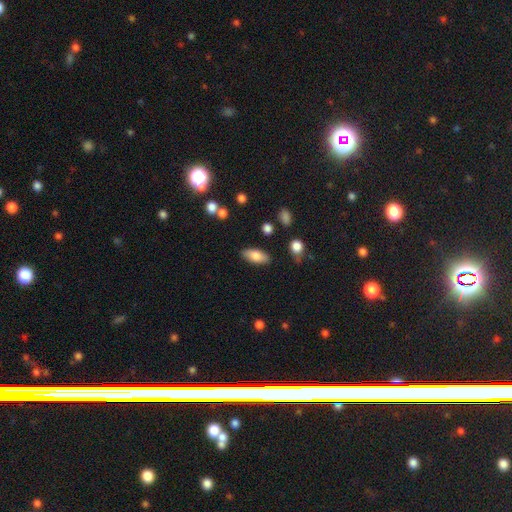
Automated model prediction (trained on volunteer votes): smooth-or-featured: smooth: 78% | featured or disk: 15% | star or artifact: 7%
  how-rounded: in between: 84% | cigar-shaped: 13% | round: 3%
  merging: none: 83% | minor disturbance: 11% | major disturbance: 3% | merger: 2%